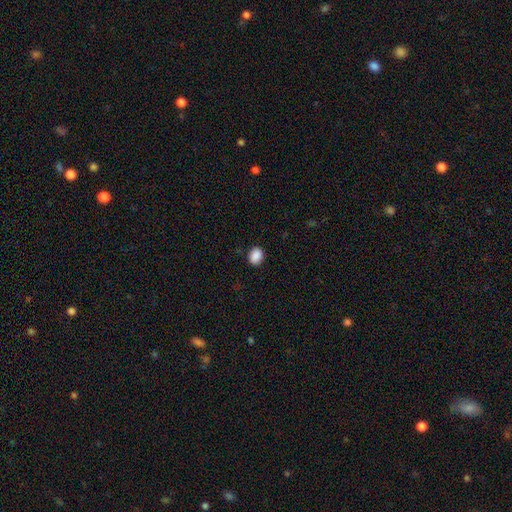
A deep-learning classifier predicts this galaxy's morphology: smooth 89%, star or artifact 8%, featured or disk 3%. Down the decision tree: how rounded — in between (62%); merging — none (87%).